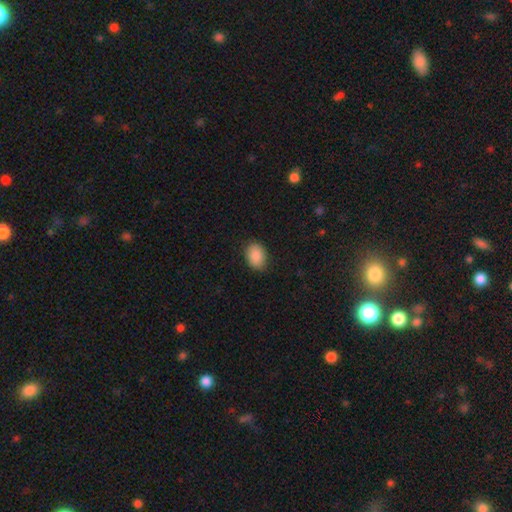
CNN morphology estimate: Q: Smooth or featured?
A: smooth (89%); runner-up: star or artifact (7%)
Q: How rounded?
A: in between (77%); runner-up: round (22%)
Q: Merging?
A: none (87%); runner-up: minor disturbance (10%)